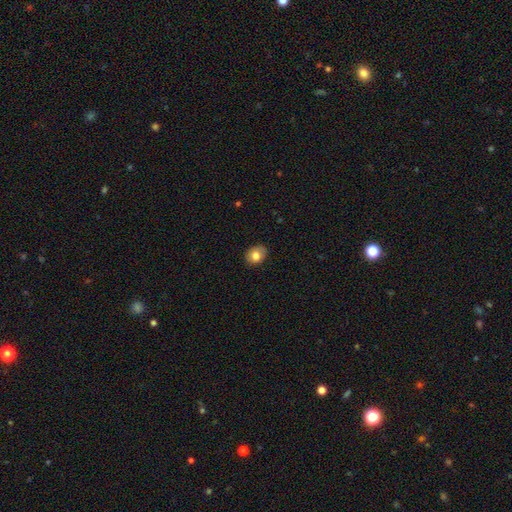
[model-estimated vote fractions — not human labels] The model was most divided on "how rounded": in between: 53%, round: 46%, cigar-shaped: 1%. More confident: merging — none (86%); smooth or featured — smooth (80%).